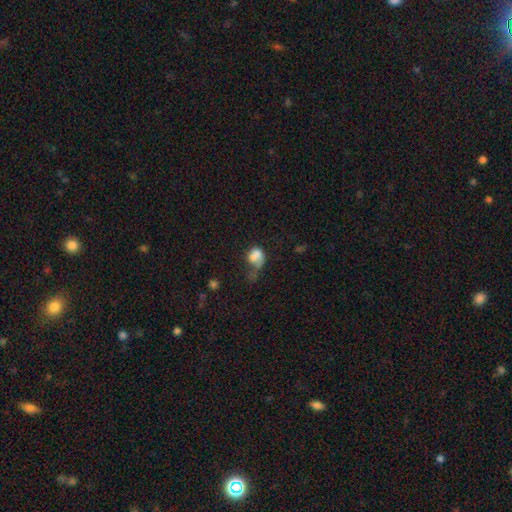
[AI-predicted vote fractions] Overall: smooth (67%). How rounded: in between (61%; round 37%). Merging: major disturbance (42%; merger 21%).